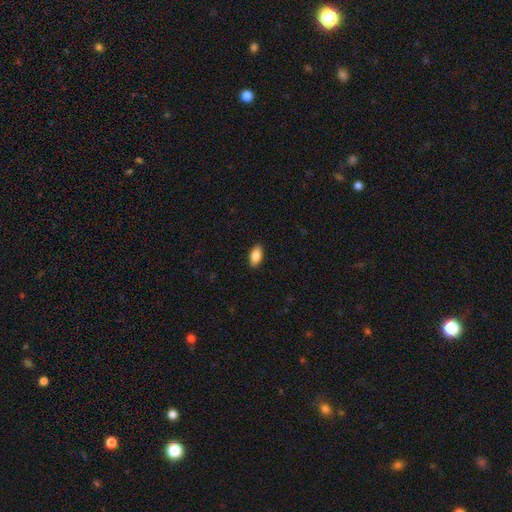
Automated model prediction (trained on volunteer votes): A smooth galaxy with no disk features (85%) that is in between round and cigar-shaped (91%). Merging: none (90%).